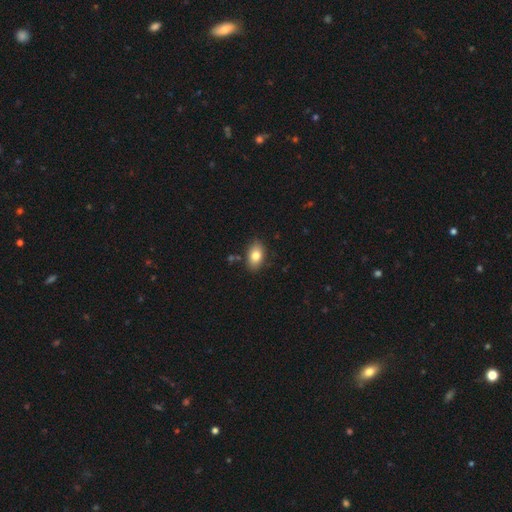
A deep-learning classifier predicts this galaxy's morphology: type=smooth (80%); roundness=in between (89%); merging=none (83%).